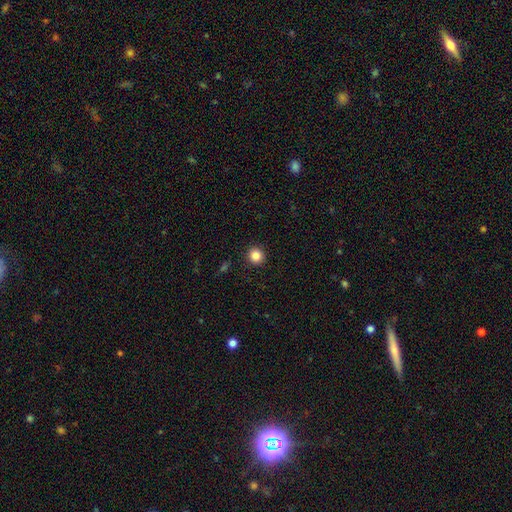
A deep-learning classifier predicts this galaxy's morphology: smooth_or_featured: smooth (p=0.85) [alt: star or artifact p=0.10]
how_rounded: round (p=0.93) [alt: in between p=0.06]
merging: none (p=0.92) [alt: minor disturbance p=0.05]